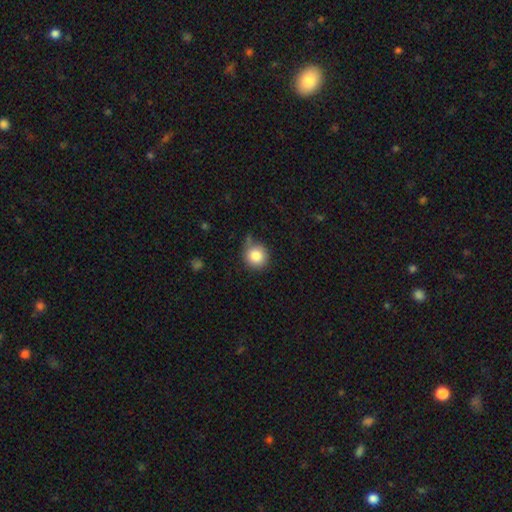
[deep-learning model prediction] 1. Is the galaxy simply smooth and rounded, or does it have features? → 83% smooth, 10% star or artifact, 7% featured or disk.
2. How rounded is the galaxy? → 92% round, 7% in between, 1% cigar-shaped.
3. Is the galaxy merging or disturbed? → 70% none, 20% minor disturbance, 5% major disturbance, 5% merger.